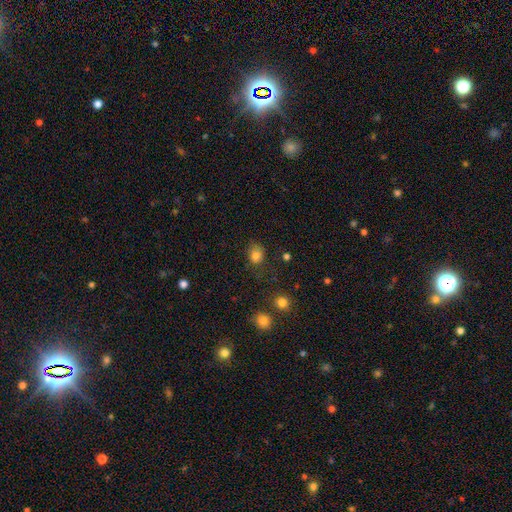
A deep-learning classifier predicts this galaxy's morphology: Smooth or featured? smooth (81%)
How rounded? round (57%)
Merging? none (64%)